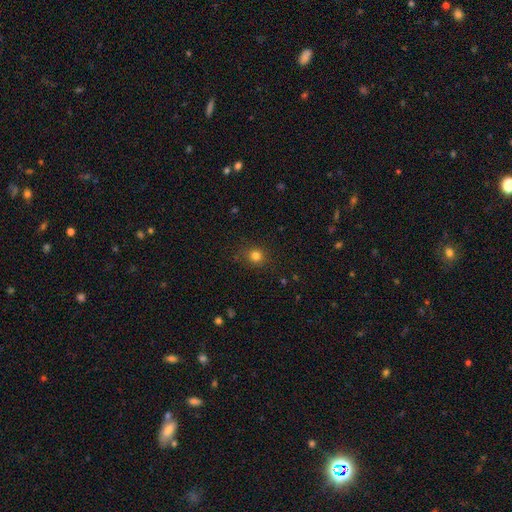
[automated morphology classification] This appears to be a smooth galaxy with no disk features (80%) that is round (86%). Merging: none (86%).